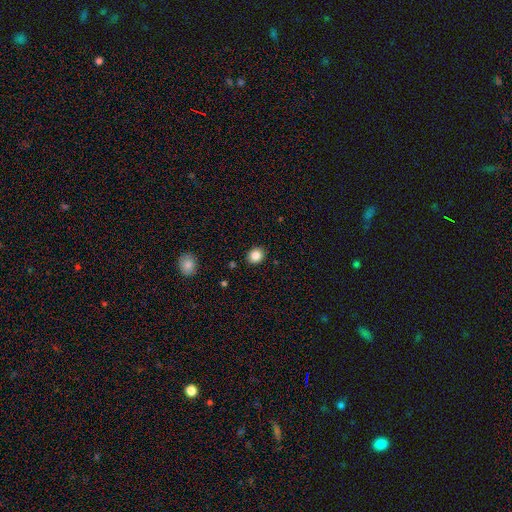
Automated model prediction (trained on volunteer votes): A smooth galaxy with no disk features (86%) that is round (72%). Merging: none (89%).